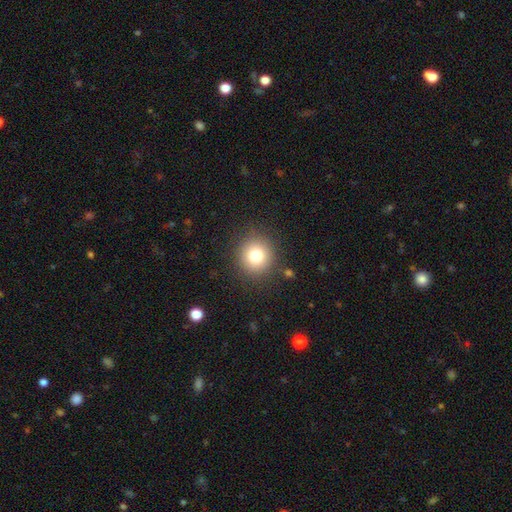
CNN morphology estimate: A smooth galaxy with no disk features (78%) that is round (91%). Merging: none (88%).